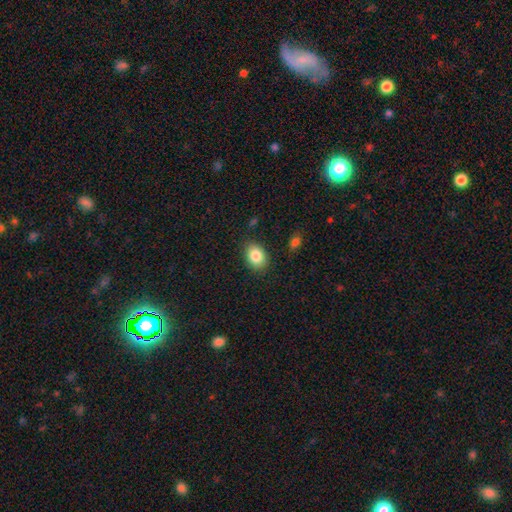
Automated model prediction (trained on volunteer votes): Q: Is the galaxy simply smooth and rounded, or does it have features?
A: smooth — 85%.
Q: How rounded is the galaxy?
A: in between — 73%.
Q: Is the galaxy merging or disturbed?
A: none — 84%.